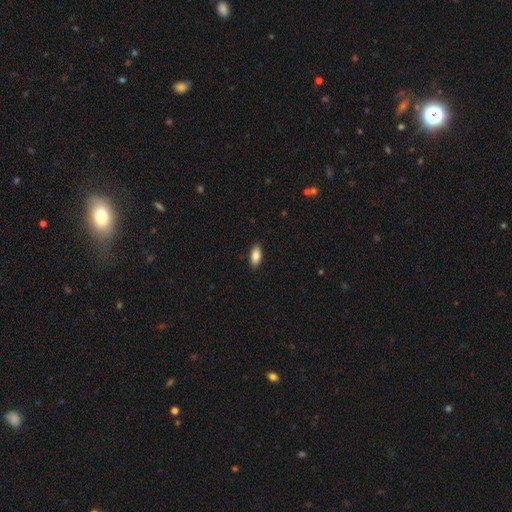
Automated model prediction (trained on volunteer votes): smooth_or_featured: smooth (p=0.86) [alt: featured or disk p=0.08]
how_rounded: in between (p=0.88) [alt: cigar-shaped p=0.09]
merging: none (p=0.88) [alt: minor disturbance p=0.09]